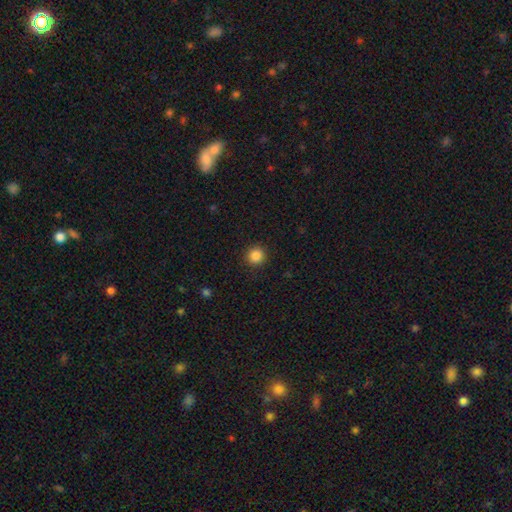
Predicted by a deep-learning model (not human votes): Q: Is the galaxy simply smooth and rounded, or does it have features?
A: smooth — 86%.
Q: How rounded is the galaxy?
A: round — 95%.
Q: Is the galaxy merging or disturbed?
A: none — 92%.